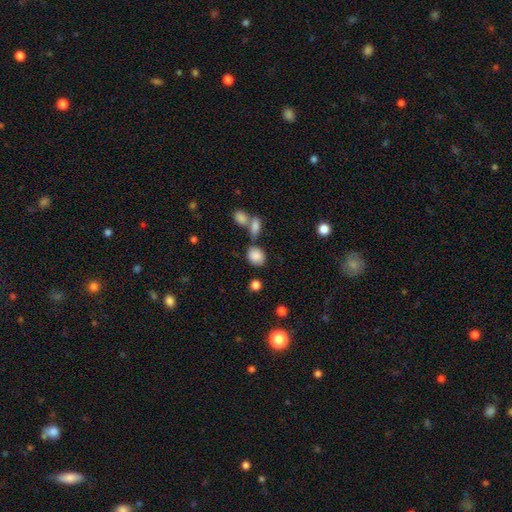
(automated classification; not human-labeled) This appears to be a smooth galaxy with no disk features (85%) that is round (58%). Merging: none (63%).